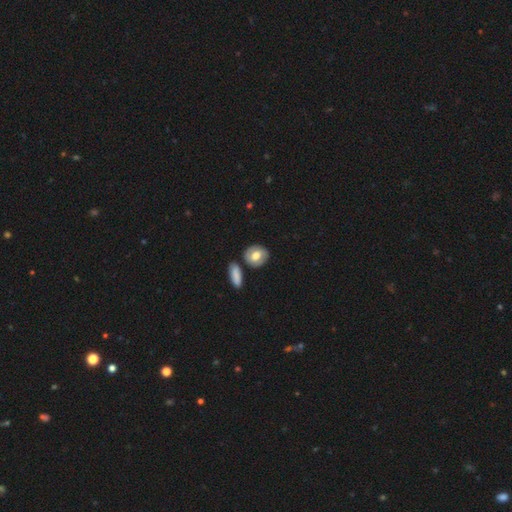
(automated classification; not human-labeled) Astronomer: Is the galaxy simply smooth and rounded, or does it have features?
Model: smooth — 66%.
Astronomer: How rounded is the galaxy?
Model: round — 51% (runner-up: in between, 47%).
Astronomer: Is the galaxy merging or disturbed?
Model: none — 73%.